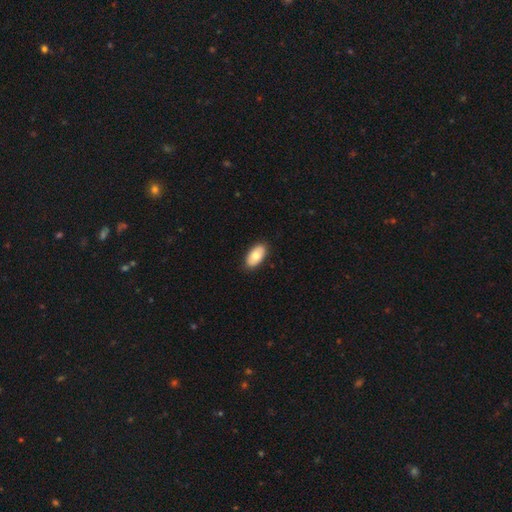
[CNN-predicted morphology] Smooth or featured: smooth — 77% (featured or disk — 17%)
How rounded: in between — 95% (round — 3%)
Merging: none — 89% (minor disturbance — 9%)